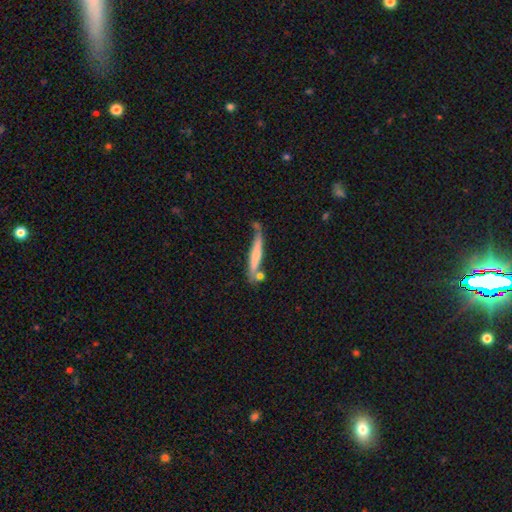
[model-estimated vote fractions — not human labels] smooth-or-featured: smooth: 53% | featured or disk: 41% | star or artifact: 6%
  how-rounded: cigar-shaped: 93% | in between: 6% | round: 2%
  merging: none: 57% | minor disturbance: 21% | merger: 15% | major disturbance: 7%